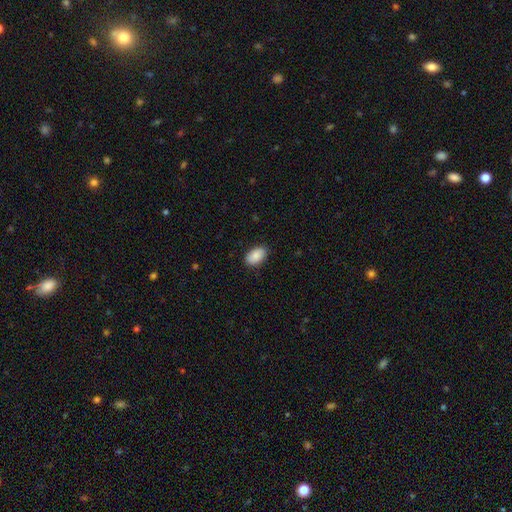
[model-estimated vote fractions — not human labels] Smooth or featured?
  - smooth: 87% *
  - featured or disk: 7%
  - star or artifact: 6%
How rounded?
  - in between: 93% *
  - round: 6%
  - cigar-shaped: 1%
Merging?
  - none: 85% *
  - minor disturbance: 12%
  - major disturbance: 2%
  - merger: 1%